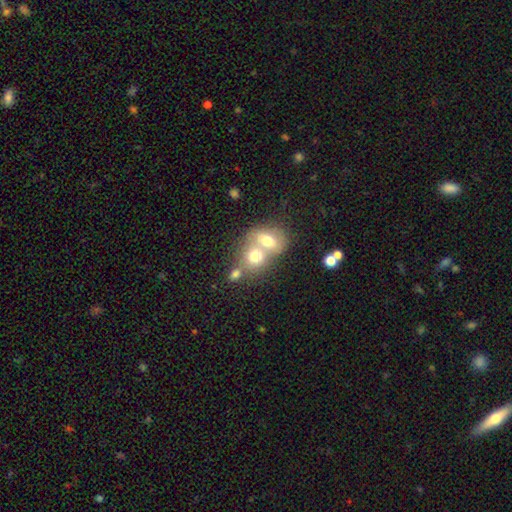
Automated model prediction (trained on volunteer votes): A smooth galaxy with no disk features (67%) that is round (57%). Merging: merger (65%).